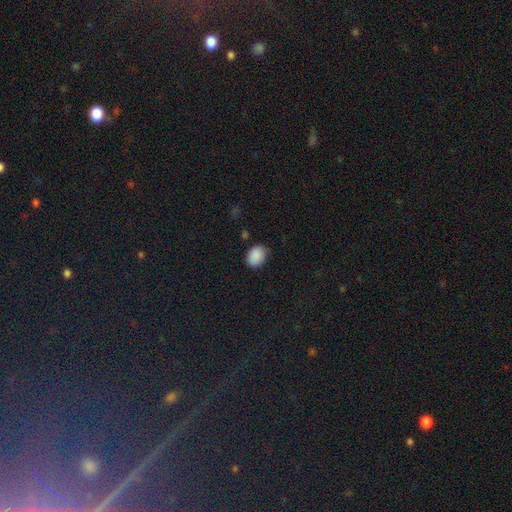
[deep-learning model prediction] Smooth or featured? Predicted: smooth (p=0.88). How rounded? Predicted: in between (p=0.63). Merging? Predicted: none (p=0.76).